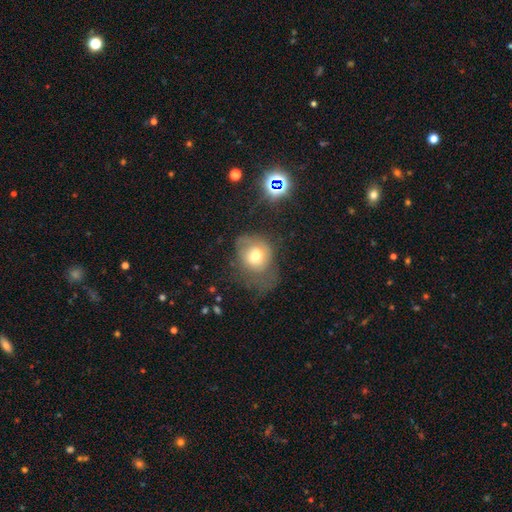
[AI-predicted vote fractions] Smooth or featured: smooth — 55% (featured or disk — 33%)
How rounded: round — 57% (in between — 42%)
Merging: major disturbance — 38% (none — 33%)